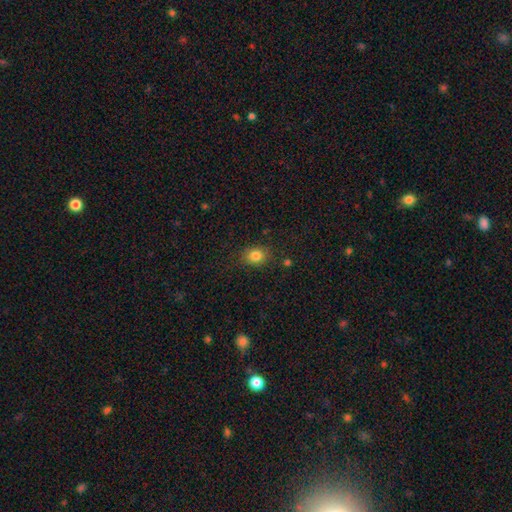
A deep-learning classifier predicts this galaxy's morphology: smooth-or-featured: smooth: 83% | star or artifact: 11% | featured or disk: 6%
  how-rounded: round: 51% | in between: 48% | cigar-shaped: 1%
  merging: none: 83% | minor disturbance: 11% | major disturbance: 3% | merger: 2%